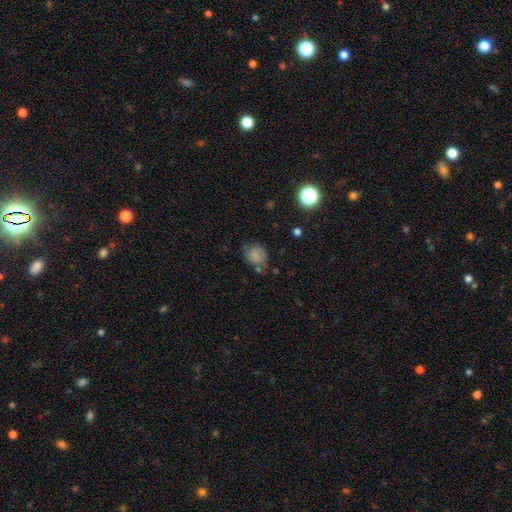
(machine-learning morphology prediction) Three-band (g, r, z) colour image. It shows a smooth galaxy with no disk features (74%) that is round (54%). Merging: none (55%).